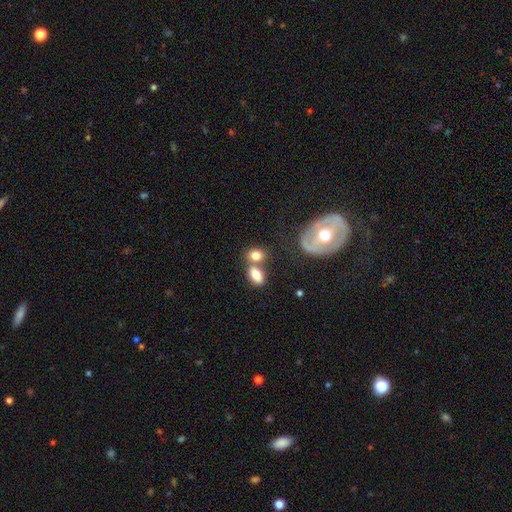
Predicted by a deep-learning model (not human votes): The model was most divided on "merging": merger: 42%, none: 40%, minor disturbance: 12%, major disturbance: 6%. More confident: smooth or featured — smooth (79%); how rounded — in between (70%).